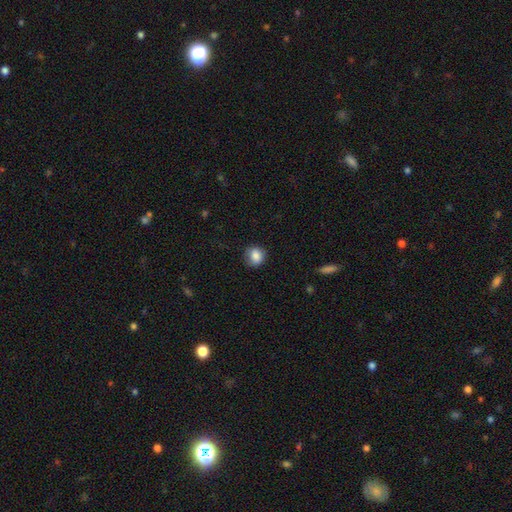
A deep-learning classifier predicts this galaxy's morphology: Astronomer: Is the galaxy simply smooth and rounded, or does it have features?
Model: smooth — 84%.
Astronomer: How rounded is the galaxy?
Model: round — 79%.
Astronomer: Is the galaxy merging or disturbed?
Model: none — 79%.